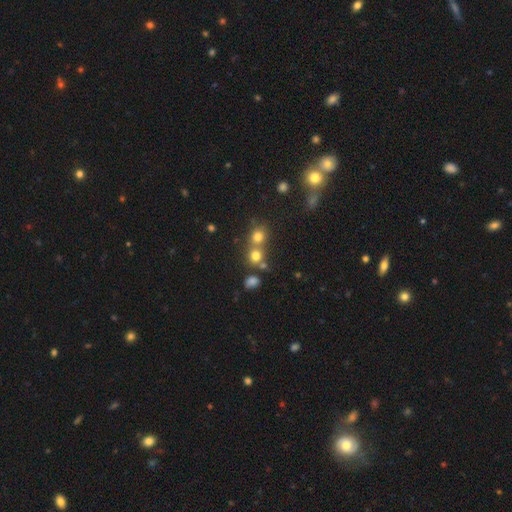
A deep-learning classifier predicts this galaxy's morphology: Smooth or featured?
  - smooth: 73% *
  - star or artifact: 17%
  - featured or disk: 10%
How rounded?
  - round: 81% *
  - in between: 18%
  - cigar-shaped: 1%
Merging?
  - none: 47% *
  - merger: 43%
  - minor disturbance: 7%
  - major disturbance: 4%